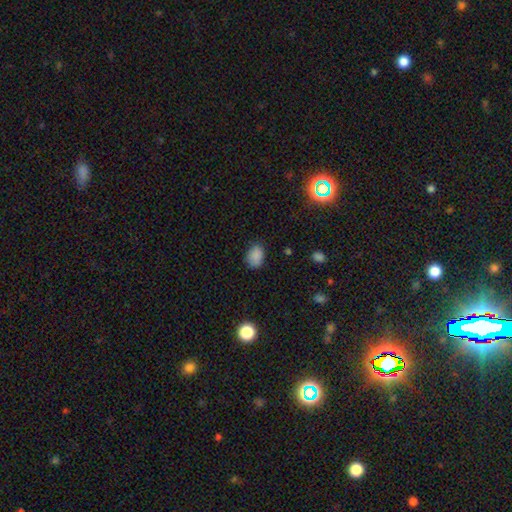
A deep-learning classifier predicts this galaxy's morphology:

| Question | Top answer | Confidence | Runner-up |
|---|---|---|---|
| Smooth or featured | smooth | 86% | star or artifact (10%) |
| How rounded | in between | 79% | round (20%) |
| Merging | none | 77% | minor disturbance (18%) |